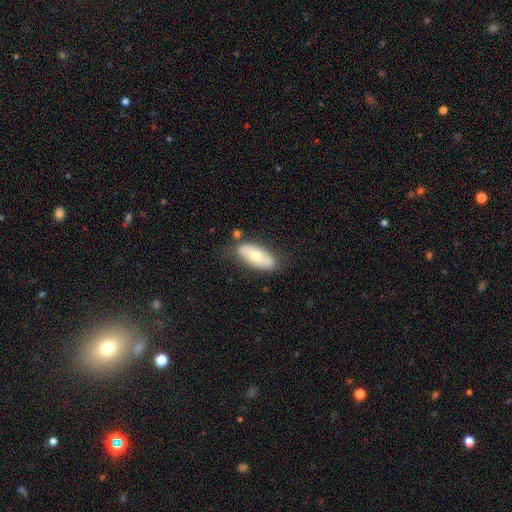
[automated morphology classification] type=smooth (51%); roundness=in between (80%); merging=none (70%).